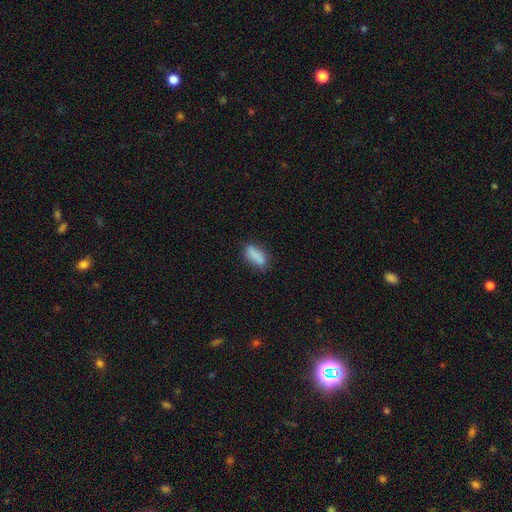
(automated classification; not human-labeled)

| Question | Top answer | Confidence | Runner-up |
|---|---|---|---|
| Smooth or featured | smooth | 85% | star or artifact (8%) |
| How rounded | in between | 72% | cigar-shaped (25%) |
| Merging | none | 74% | minor disturbance (19%) |